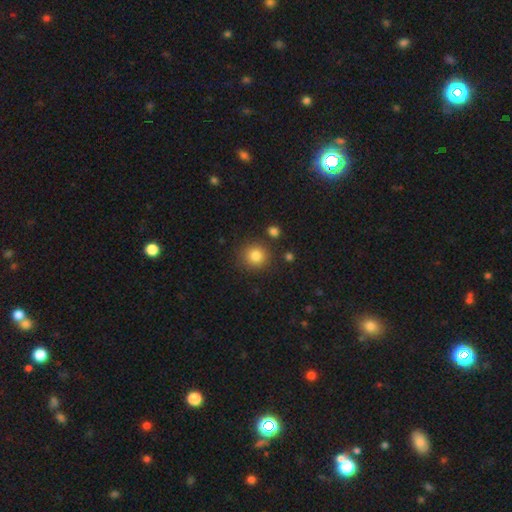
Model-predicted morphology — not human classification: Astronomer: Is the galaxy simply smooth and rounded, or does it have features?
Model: smooth — 84%.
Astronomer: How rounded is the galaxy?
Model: round — 91%.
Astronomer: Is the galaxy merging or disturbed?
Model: none — 85%.